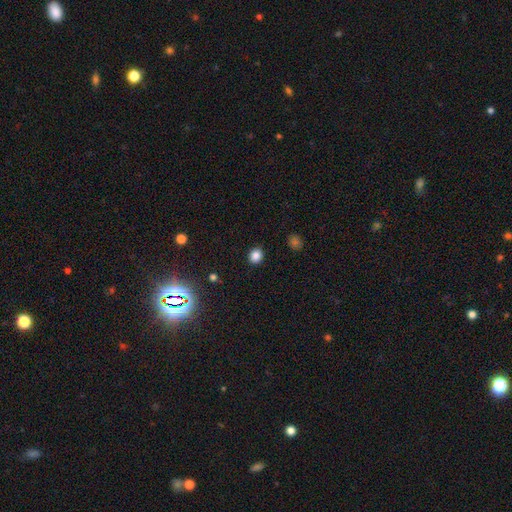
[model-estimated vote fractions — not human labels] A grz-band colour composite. It shows a smooth galaxy with no disk features (84%) that is round (71%). Merging: none (90%).